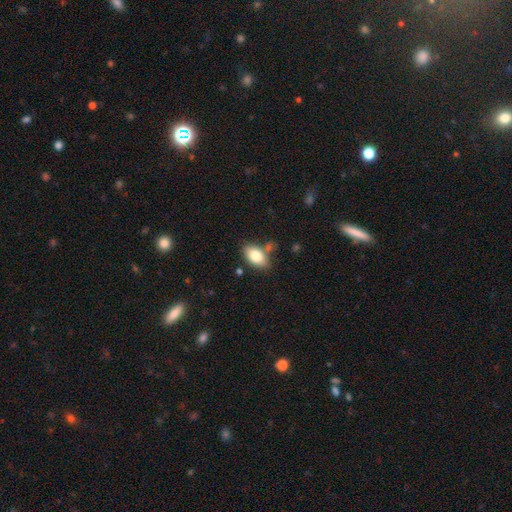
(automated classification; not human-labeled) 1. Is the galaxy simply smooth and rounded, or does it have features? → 82% smooth, 11% featured or disk, 7% star or artifact.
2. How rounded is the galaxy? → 91% in between, 6% round, 2% cigar-shaped.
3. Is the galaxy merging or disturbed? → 71% none, 16% minor disturbance, 8% merger, 4% major disturbance.